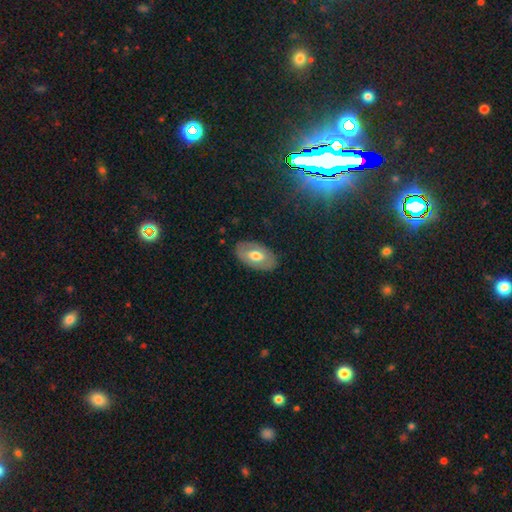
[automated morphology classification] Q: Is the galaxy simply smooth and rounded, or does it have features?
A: smooth — 51%.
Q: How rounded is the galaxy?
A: in between — 93%.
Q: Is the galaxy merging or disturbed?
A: none — 84%.